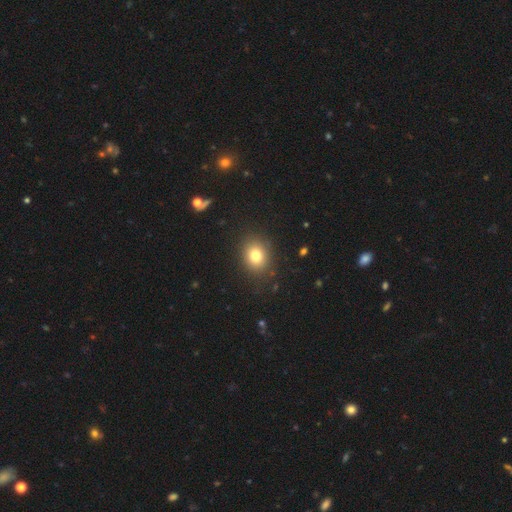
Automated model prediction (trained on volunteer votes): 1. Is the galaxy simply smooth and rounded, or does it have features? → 80% smooth, 12% star or artifact, 9% featured or disk.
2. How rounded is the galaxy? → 56% round, 43% in between, 1% cigar-shaped.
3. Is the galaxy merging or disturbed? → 87% none, 9% minor disturbance, 3% major disturbance, 1% merger.